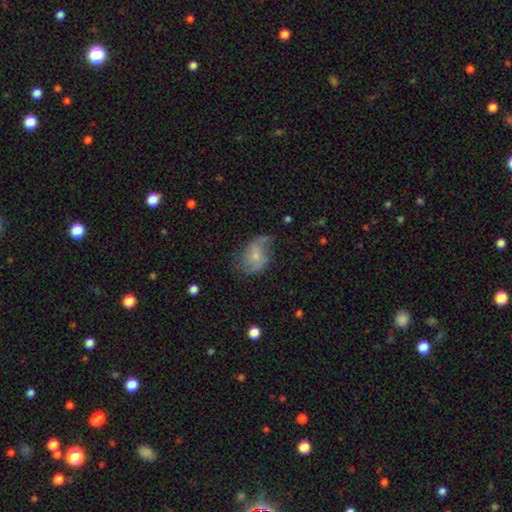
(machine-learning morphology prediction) featured or disk 51%, smooth 41%, star or artifact 9%. Down the decision tree: edge-on disk — no (96%); merging — none (47%).